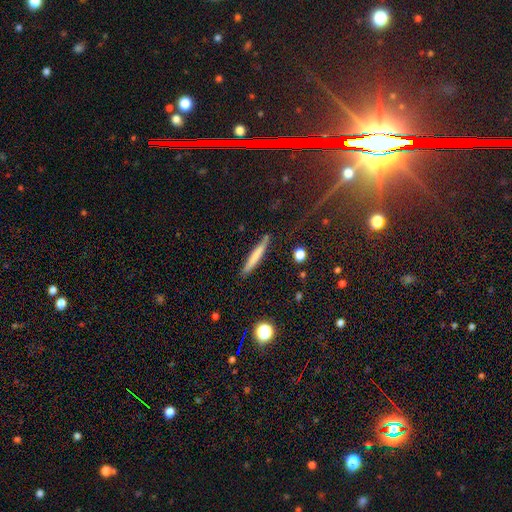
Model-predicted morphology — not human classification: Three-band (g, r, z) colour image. It shows a smooth galaxy with no disk features (68%) that is cigar-shaped (95%). Merging: none (86%).